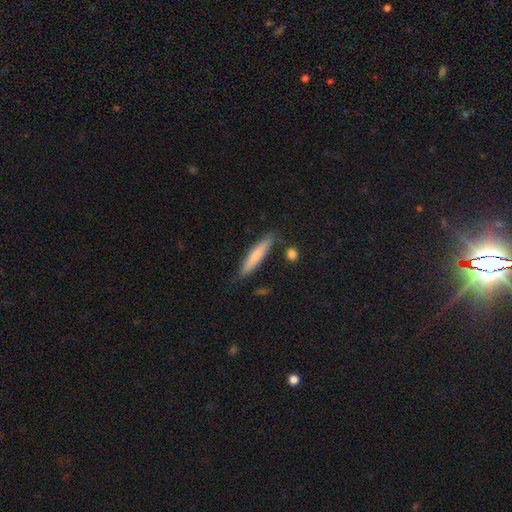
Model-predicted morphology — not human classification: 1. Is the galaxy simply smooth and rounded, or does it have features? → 66% smooth, 28% featured or disk, 6% star or artifact.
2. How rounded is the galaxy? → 89% cigar-shaped, 9% in between, 1% round.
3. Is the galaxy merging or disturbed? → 81% none, 13% minor disturbance, 3% merger, 2% major disturbance.